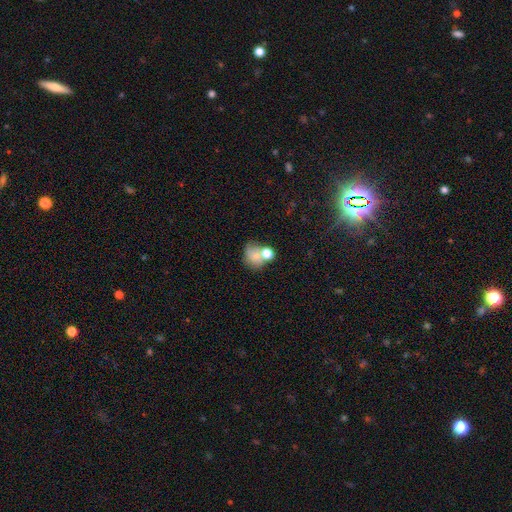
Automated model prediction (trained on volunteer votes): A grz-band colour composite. It shows a smooth galaxy with no disk features (67%) that is round (60%). Merging: merger (40%).